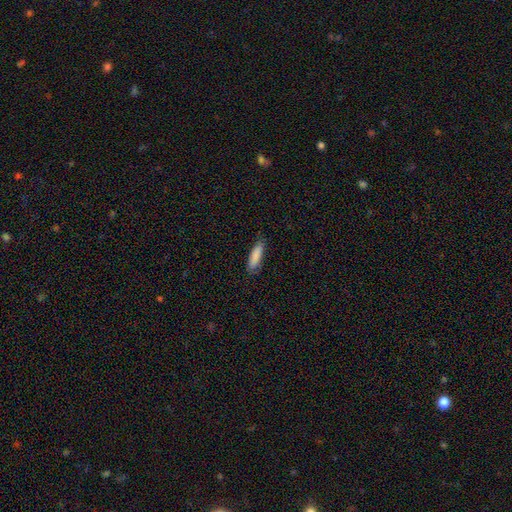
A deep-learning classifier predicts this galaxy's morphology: Q: Smooth or featured?
A: smooth (87%); runner-up: featured or disk (7%)
Q: How rounded?
A: cigar-shaped (68%); runner-up: in between (31%)
Q: Merging?
A: none (82%); runner-up: minor disturbance (15%)